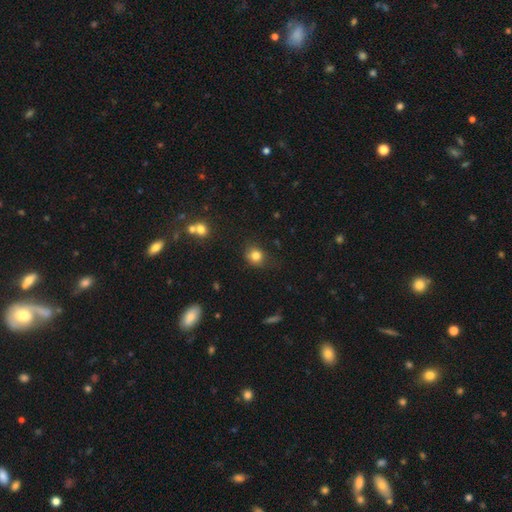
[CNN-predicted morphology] Smooth or featured: smooth — 82% (star or artifact — 12%)
How rounded: round — 75% (in between — 24%)
Merging: none — 70% (minor disturbance — 22%)